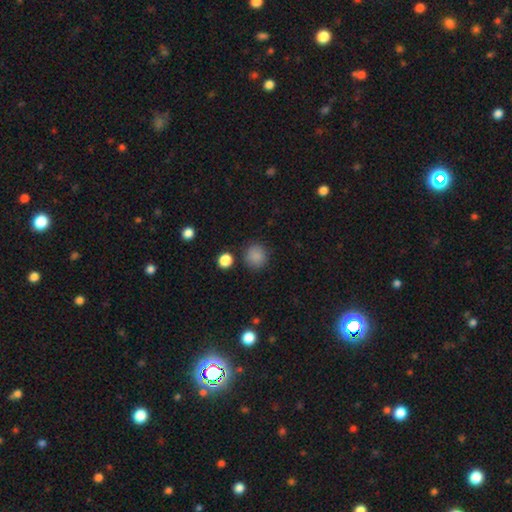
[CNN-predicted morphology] Smooth or featured?
  - smooth: 86% *
  - star or artifact: 11%
  - featured or disk: 4%
How rounded?
  - round: 90% *
  - in between: 9%
  - cigar-shaped: 1%
Merging?
  - none: 86% *
  - minor disturbance: 9%
  - major disturbance: 3%
  - merger: 3%